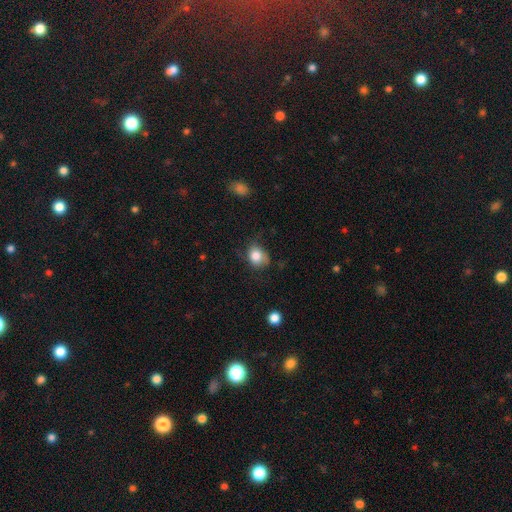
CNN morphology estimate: Overall: smooth (81%). How rounded: round (57%; in between 42%). Merging: none (52%; minor disturbance 33%).